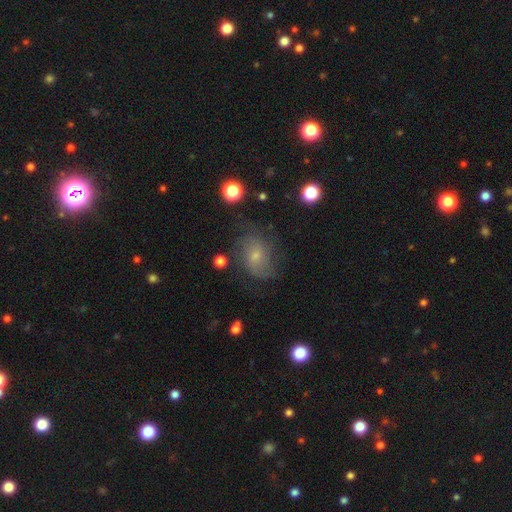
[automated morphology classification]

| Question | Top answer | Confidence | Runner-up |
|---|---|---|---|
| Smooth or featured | featured or disk | 58% | smooth (30%) |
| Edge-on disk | no | 96% | yes (4%) |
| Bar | no | 69% | weak (27%) |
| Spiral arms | yes | 84% | no (16%) |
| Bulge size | small | 70% | moderate (24%) |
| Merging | none | 59% | minor disturbance (22%) |